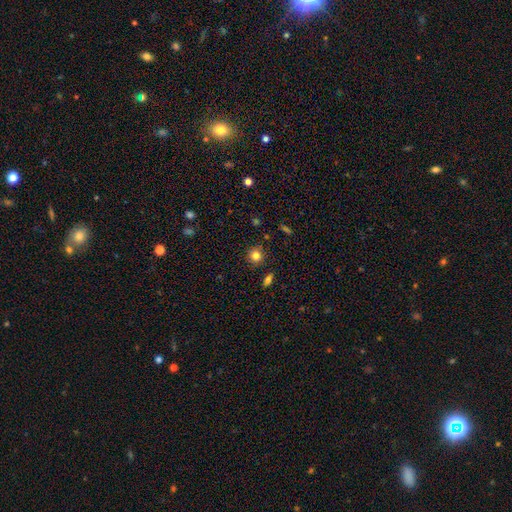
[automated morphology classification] Smooth or featured? smooth (81%)
How rounded? round (89%)
Merging? none (88%)